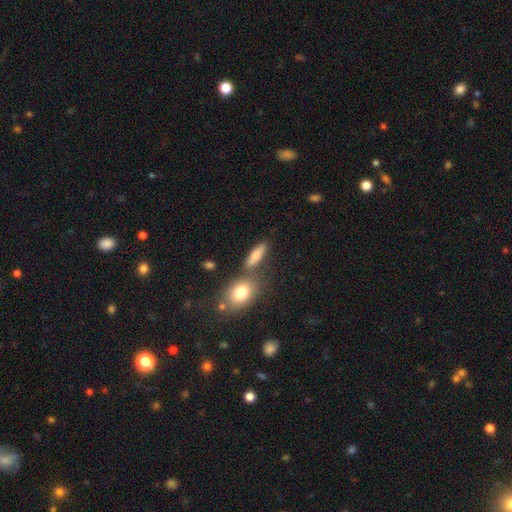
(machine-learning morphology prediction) Smooth or featured? Predicted: smooth (p=0.78). How rounded? Predicted: in between (p=0.53). Merging? Predicted: none (p=0.69).